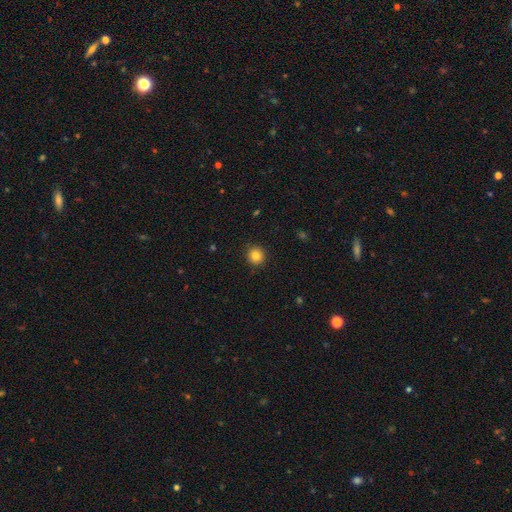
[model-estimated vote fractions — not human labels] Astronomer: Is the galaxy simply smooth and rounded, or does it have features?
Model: smooth — 84%.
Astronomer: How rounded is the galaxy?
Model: round — 93%.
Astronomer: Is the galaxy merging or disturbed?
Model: none — 91%.